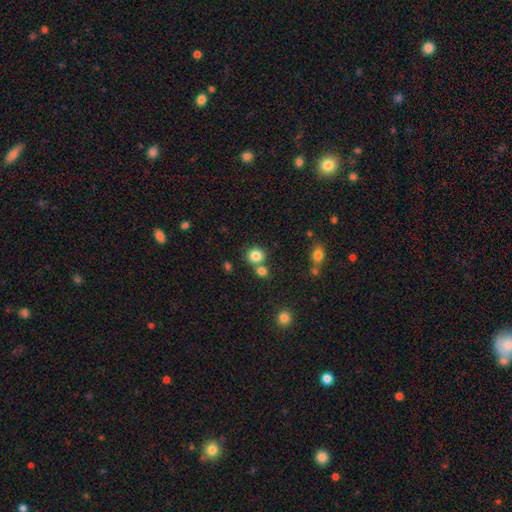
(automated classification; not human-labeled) smooth-or-featured: smooth: 83% | star or artifact: 11% | featured or disk: 6%
  how-rounded: round: 86% | in between: 13% | cigar-shaped: 1%
  merging: none: 67% | merger: 22% | minor disturbance: 8% | major disturbance: 3%